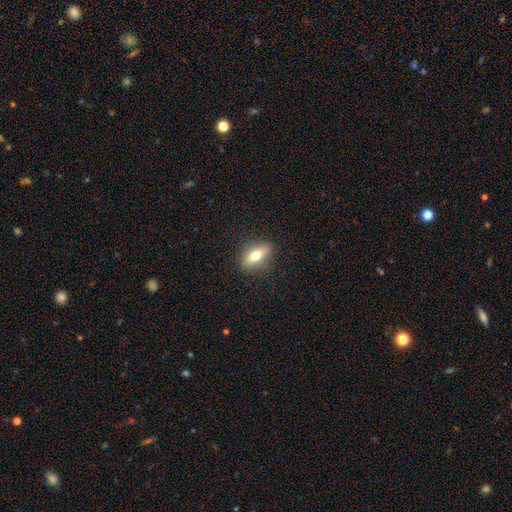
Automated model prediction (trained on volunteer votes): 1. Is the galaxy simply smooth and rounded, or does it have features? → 60% smooth, 31% featured or disk, 8% star or artifact.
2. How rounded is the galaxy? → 68% in between, 21% cigar-shaped, 11% round.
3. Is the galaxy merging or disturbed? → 87% none, 9% minor disturbance, 3% major disturbance, 1% merger.